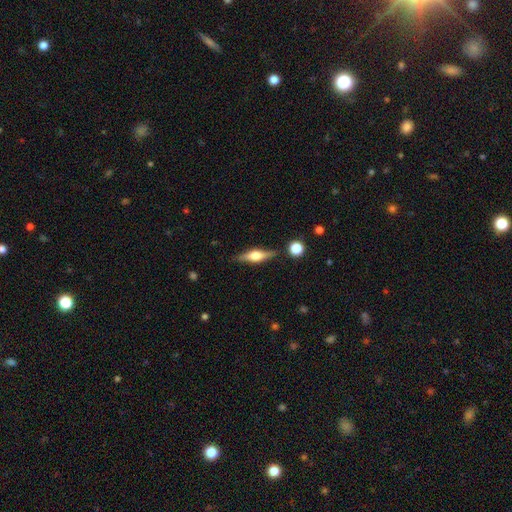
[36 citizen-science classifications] smooth_or_featured: featured or disk (p=0.78) [alt: smooth p=0.19]
disk_edge_on: yes (p=1.00)
edge_on_bulge: rounded (p=0.89) [alt: boxy p=0.11]
merging: none (p=0.80) [alt: minor disturbance p=0.17]